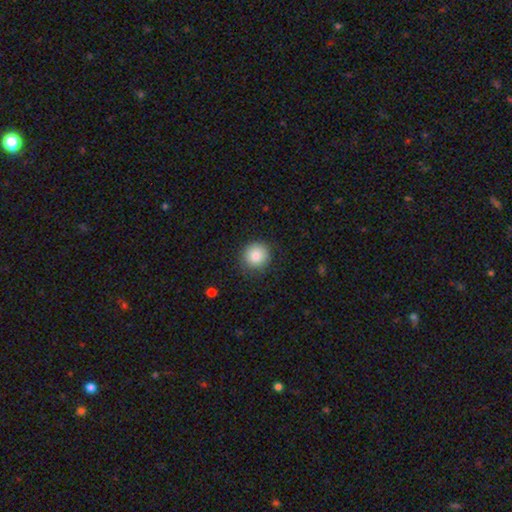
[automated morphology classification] Smooth or featured: smooth — 84% (star or artifact — 9%)
How rounded: round — 91% (in between — 8%)
Merging: none — 86% (minor disturbance — 10%)